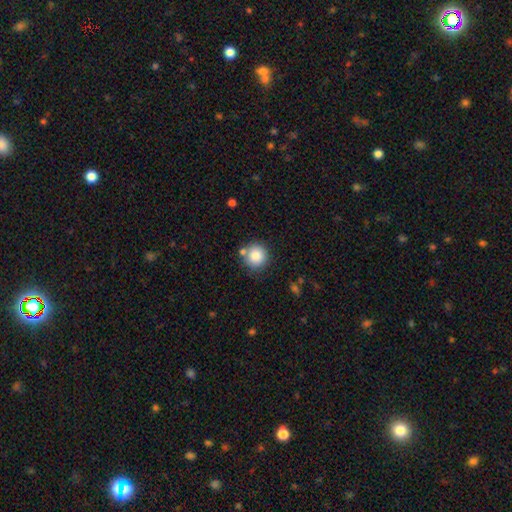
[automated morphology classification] Smooth or featured?
  - smooth: 84% *
  - star or artifact: 9%
  - featured or disk: 7%
How rounded?
  - round: 93% *
  - in between: 6%
  - cigar-shaped: 1%
Merging?
  - none: 76% *
  - merger: 10%
  - minor disturbance: 10%
  - major disturbance: 3%